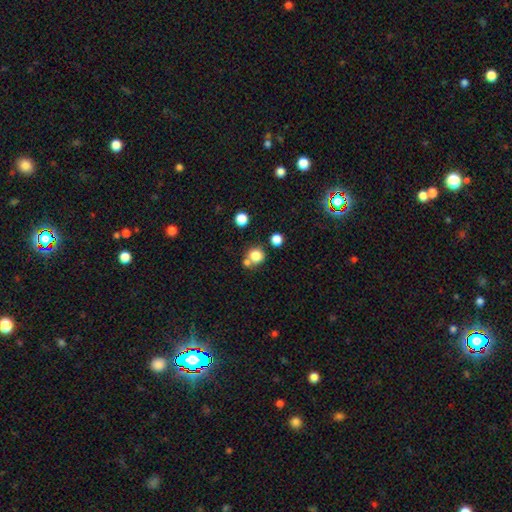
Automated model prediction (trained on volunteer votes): smooth 81%, star or artifact 12%, featured or disk 7%. Down the decision tree: how rounded — round (86%); merging — none (60%).